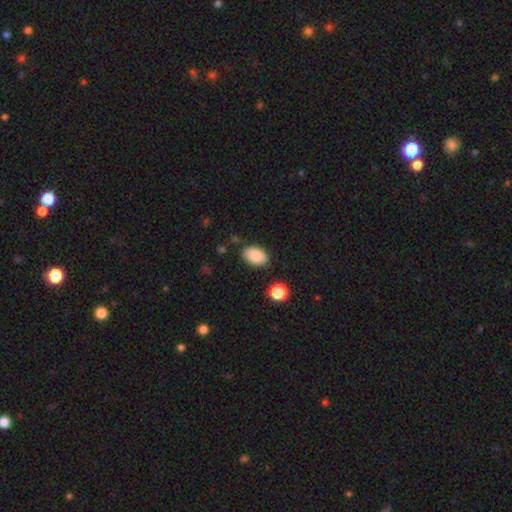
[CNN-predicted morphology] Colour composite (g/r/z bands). It shows a smooth galaxy with no disk features (88%) that is in between round and cigar-shaped (87%). Merging: none (81%).